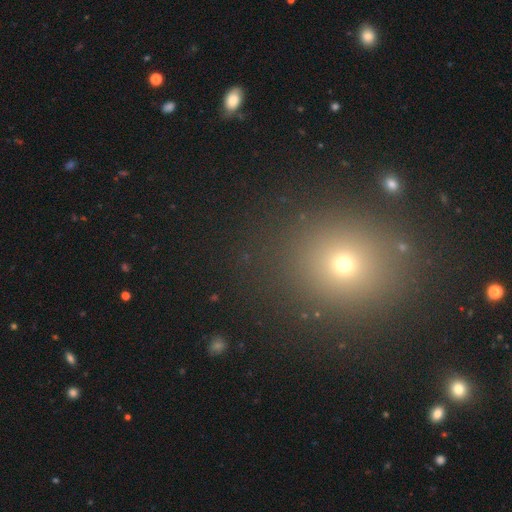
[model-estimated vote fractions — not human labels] smooth-or-featured: smooth: 57% | star or artifact: 35% | featured or disk: 8%
  how-rounded: round: 82% | in between: 17% | cigar-shaped: 1%
  merging: none: 89% | minor disturbance: 6% | major disturbance: 3% | merger: 2%